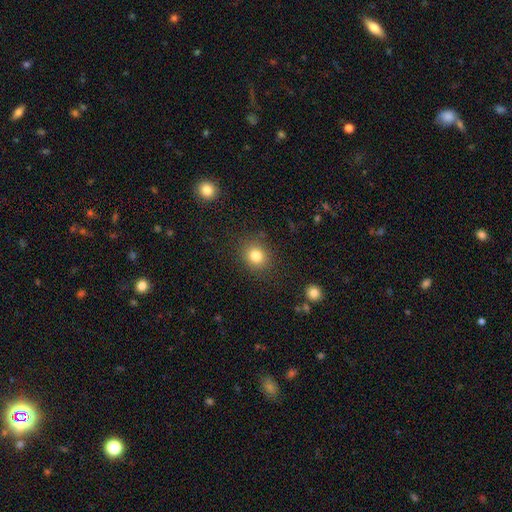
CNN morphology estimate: A smooth galaxy with no disk features (82%) that is round (75%).

Vote fractions:
- Smooth or featured? smooth: 82% / star or artifact: 11% / featured or disk: 6%
- How rounded? round: 75% / in between: 24% / cigar-shaped: 1%
- Merging? none: 86% / minor disturbance: 9% / major disturbance: 3% / merger: 2%